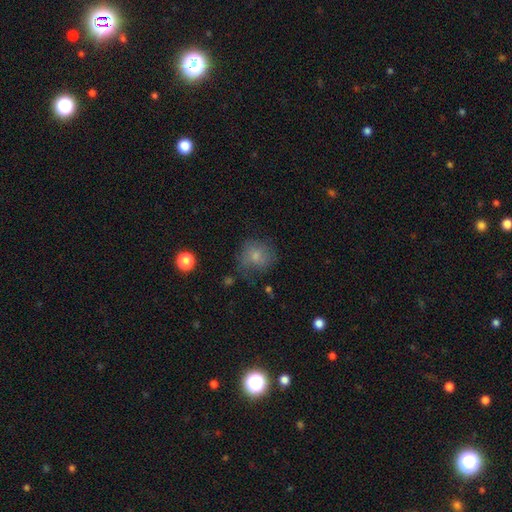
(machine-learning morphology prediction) The model was most divided on "merging": none: 56%, minor disturbance: 26%, major disturbance: 15%, merger: 3%. More confident: how rounded — round (79%); smooth or featured — smooth (72%).